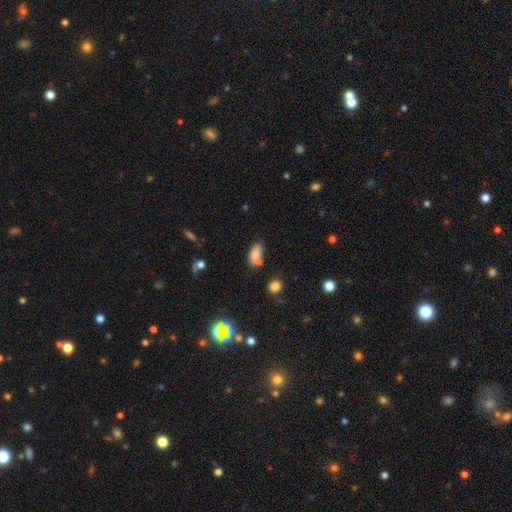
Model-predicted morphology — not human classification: A smooth galaxy with no disk features (73%) that is in between round and cigar-shaped (87%).

Vote fractions:
- Smooth or featured? smooth: 73% / featured or disk: 14% / star or artifact: 13%
- How rounded? in between: 87% / round: 9% / cigar-shaped: 5%
- Merging? none: 42% / merger: 30% / minor disturbance: 20% / major disturbance: 8%